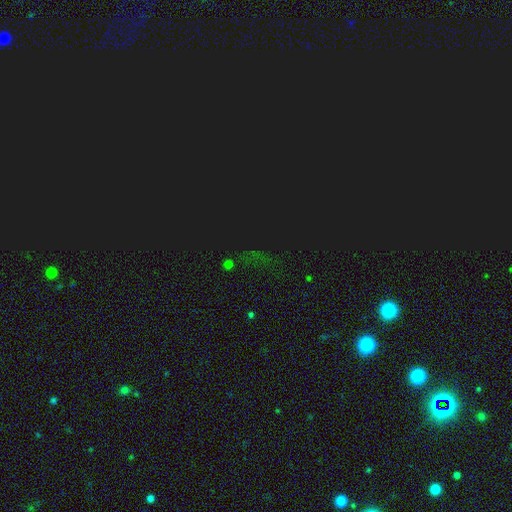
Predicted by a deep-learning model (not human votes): star or artifact 76%, smooth 16%, featured or disk 8%.